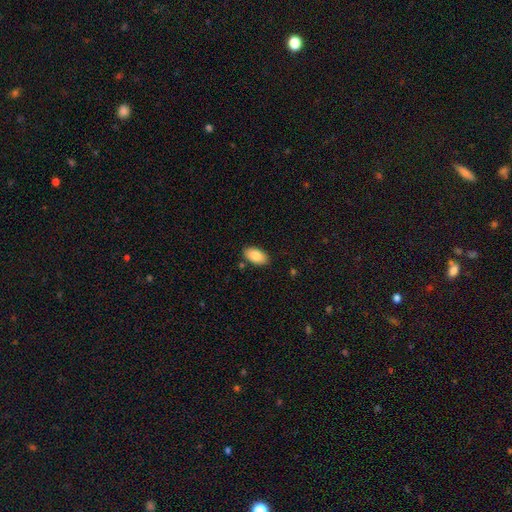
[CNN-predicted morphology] smooth_or_featured: smooth (p=0.85) [alt: featured or disk p=0.08]
how_rounded: in between (p=0.95) [alt: round p=0.03]
merging: none (p=0.85) [alt: minor disturbance p=0.10]